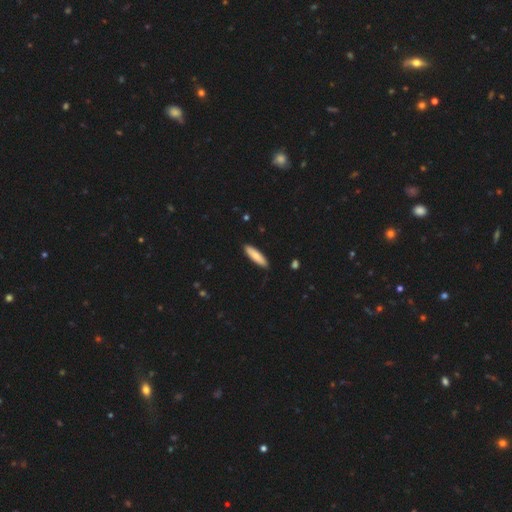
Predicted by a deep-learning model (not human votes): smooth_or_featured: smooth (p=0.80) [alt: featured or disk p=0.15]
how_rounded: cigar-shaped (p=0.72) [alt: in between p=0.27]
merging: none (p=0.89) [alt: minor disturbance p=0.08]